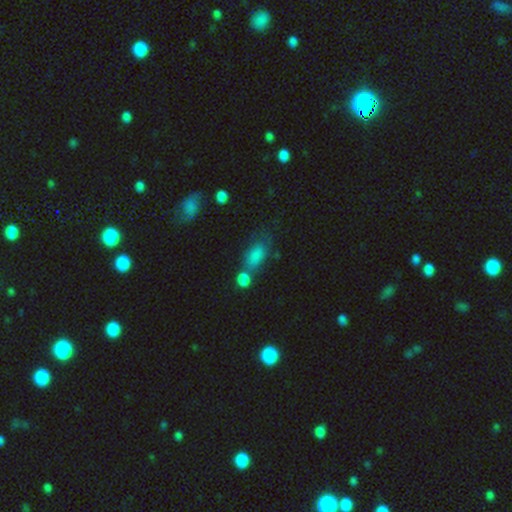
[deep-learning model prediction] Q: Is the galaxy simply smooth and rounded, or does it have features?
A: smooth — 78%.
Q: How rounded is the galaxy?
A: in between — 86%.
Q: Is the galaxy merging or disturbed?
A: none — 38%.